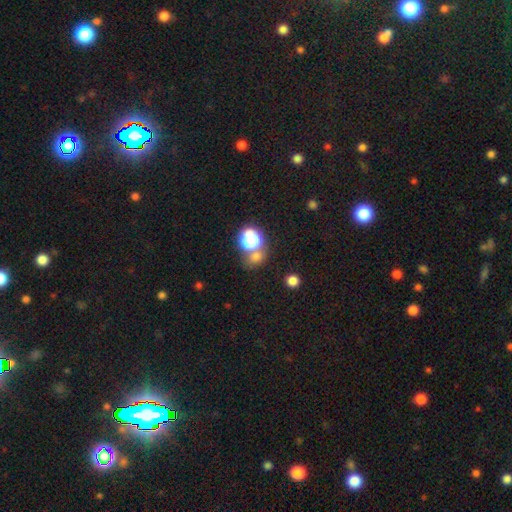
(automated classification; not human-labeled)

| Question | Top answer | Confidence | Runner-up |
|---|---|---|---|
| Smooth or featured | smooth | 60% | star or artifact (32%) |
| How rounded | round | 66% | in between (32%) |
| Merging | none | 52% | merger (32%) |